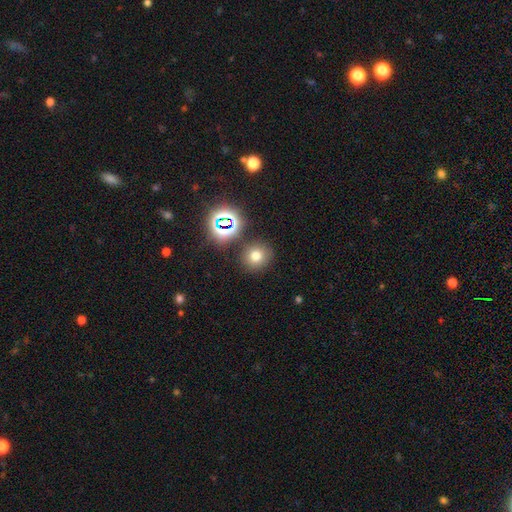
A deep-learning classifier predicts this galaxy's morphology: This is likely a smooth galaxy (68%). How rounded: clearly round (88%). Merging: clearly none (83%).